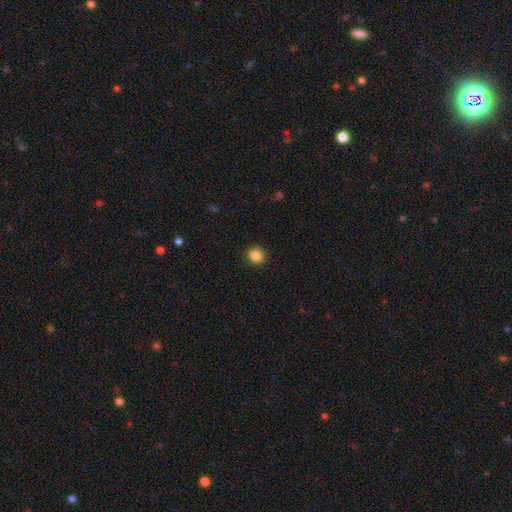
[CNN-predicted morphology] Smooth or featured?
  - smooth: 86% *
  - star or artifact: 10%
  - featured or disk: 4%
How rounded?
  - round: 78% *
  - in between: 21%
  - cigar-shaped: 1%
Merging?
  - none: 89% *
  - minor disturbance: 8%
  - major disturbance: 2%
  - merger: 1%